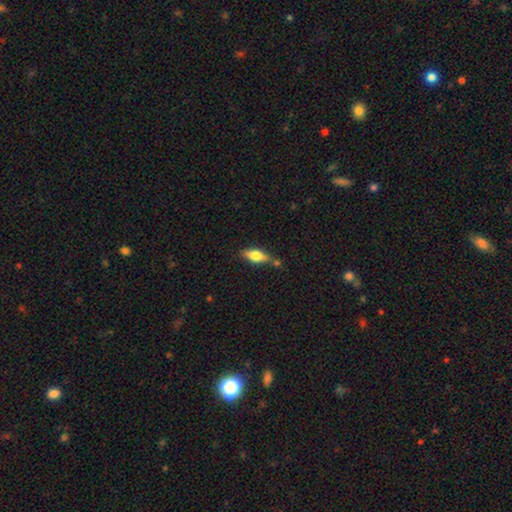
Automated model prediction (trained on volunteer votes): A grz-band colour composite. It shows a smooth galaxy with no disk features (60%) that is in between round and cigar-shaped (69%). Merging: none (68%).